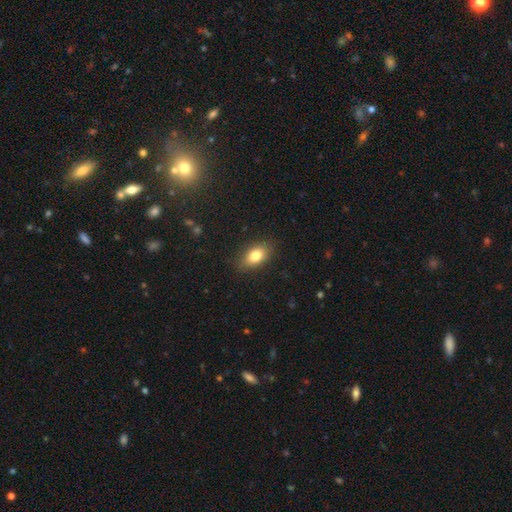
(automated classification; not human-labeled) This appears to be a smooth galaxy with no disk features (80%) that is in between round and cigar-shaped (86%). Merging: none (85%).